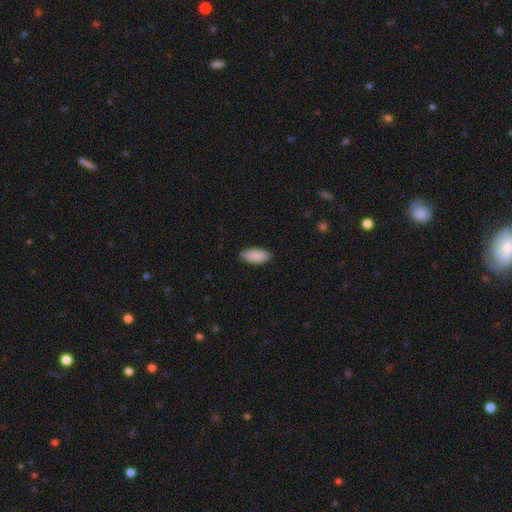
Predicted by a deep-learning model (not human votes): A smooth galaxy with no disk features (91%) that is in between round and cigar-shaped (92%).

Vote fractions:
- Smooth or featured? smooth: 91% / star or artifact: 6% / featured or disk: 4%
- How rounded? in between: 92% / cigar-shaped: 6% / round: 2%
- Merging? none: 88% / minor disturbance: 9% / major disturbance: 2% / merger: 1%